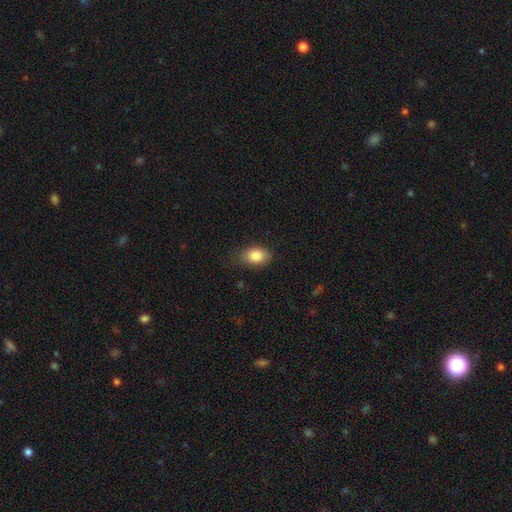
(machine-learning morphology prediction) smooth 85%, star or artifact 8%, featured or disk 7%. Down the decision tree: how rounded — in between (85%); merging — none (73%).